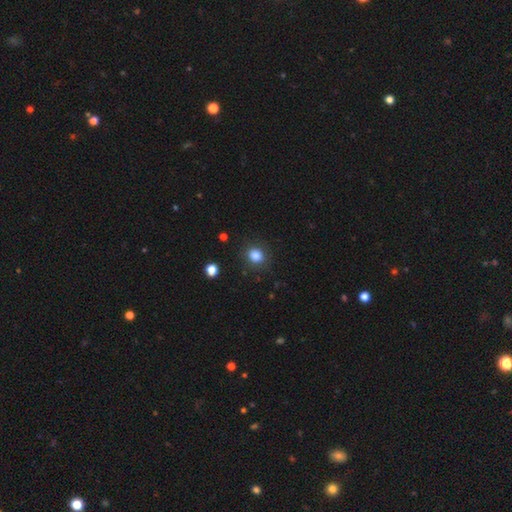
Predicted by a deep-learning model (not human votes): Smooth or featured? smooth (84%)
How rounded? round (66%)
Merging? none (86%)